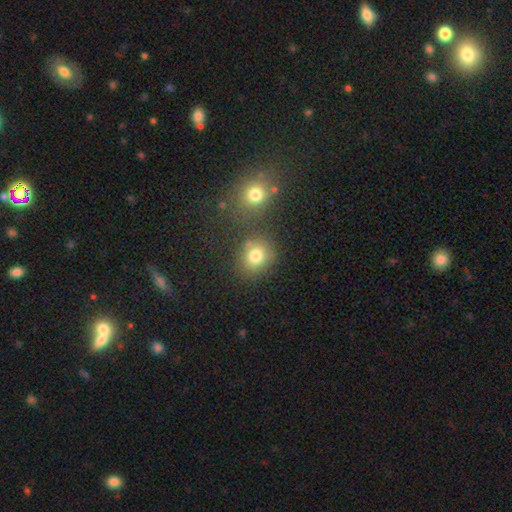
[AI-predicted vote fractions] Smooth or featured?
  - smooth: 77% *
  - star or artifact: 14%
  - featured or disk: 8%
How rounded?
  - round: 72% *
  - in between: 27%
  - cigar-shaped: 1%
Merging?
  - none: 64% *
  - merger: 20%
  - minor disturbance: 11%
  - major disturbance: 5%